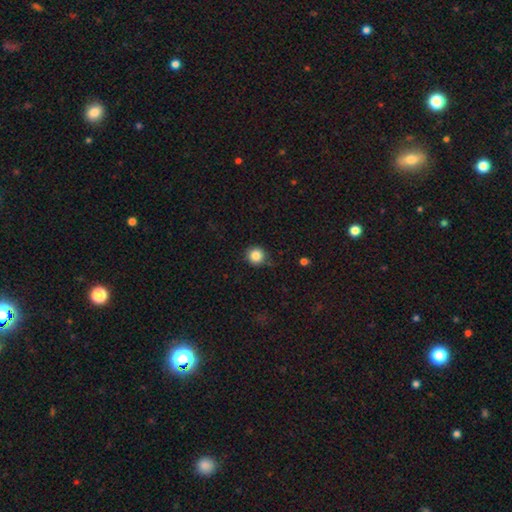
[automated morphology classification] smooth_or_featured: smooth (p=0.84) [alt: star or artifact p=0.11]
how_rounded: round (p=0.95) [alt: in between p=0.05]
merging: none (p=0.83) [alt: minor disturbance p=0.12]